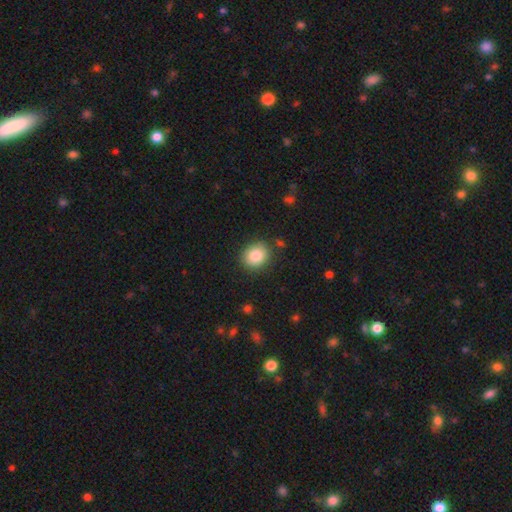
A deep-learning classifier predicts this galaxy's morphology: Smooth or featured? Predicted: smooth (p=0.85). How rounded? Predicted: round (p=0.68). Merging? Predicted: none (p=0.87).